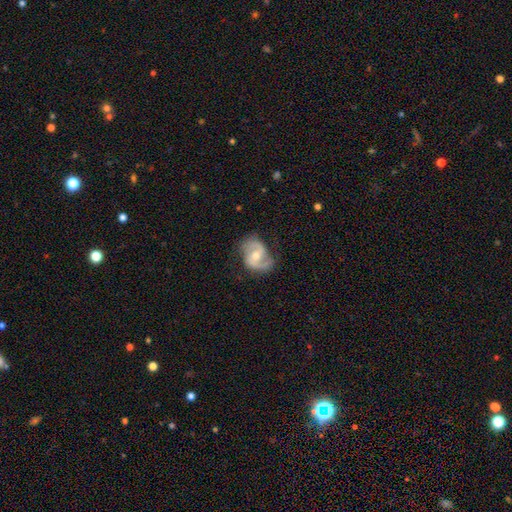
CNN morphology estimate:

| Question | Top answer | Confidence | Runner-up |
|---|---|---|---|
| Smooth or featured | featured or disk | 80% | smooth (14%) |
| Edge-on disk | no | 97% | yes (3%) |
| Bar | weak | 44% | no (42%) |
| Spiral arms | yes | 93% | no (7%) |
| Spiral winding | medium | 52% | loose (26%) |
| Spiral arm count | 2 | 88% | can't tell (5%) |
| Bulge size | moderate | 66% | small (28%) |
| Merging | none | 70% | minor disturbance (21%) |